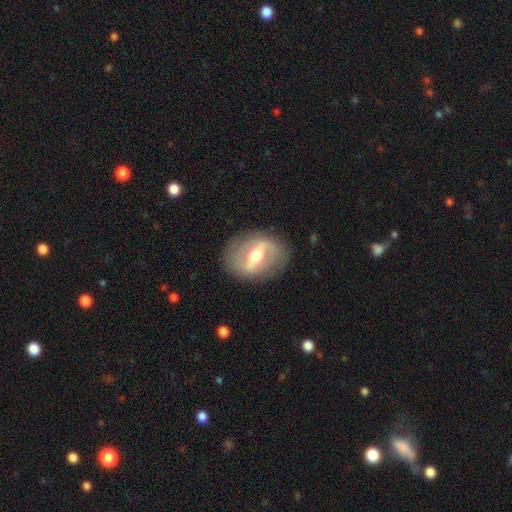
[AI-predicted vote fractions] Smooth or featured? Predicted: featured or disk (p=0.76). Edge-on disk? Predicted: no (p=0.89). Bar? Predicted: strong (p=0.64). Spiral arms? Predicted: yes (p=0.51). Bulge size? Predicted: moderate (p=0.72). Merging? Predicted: none (p=0.83).